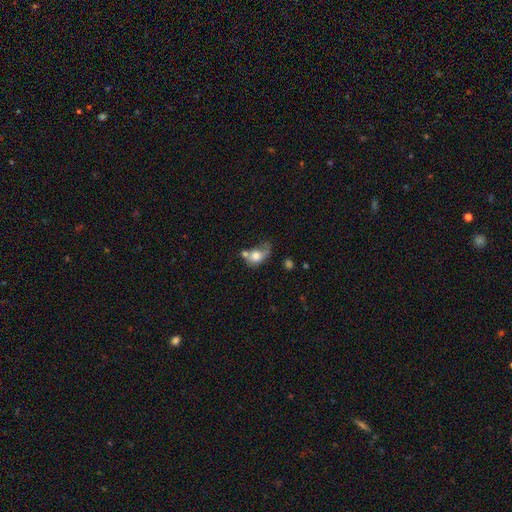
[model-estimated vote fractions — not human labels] The model was most divided on "merging": merger: 31%, major disturbance: 27%, none: 22%, minor disturbance: 19%. More confident: smooth or featured — smooth (66%); how rounded — in between (54%).